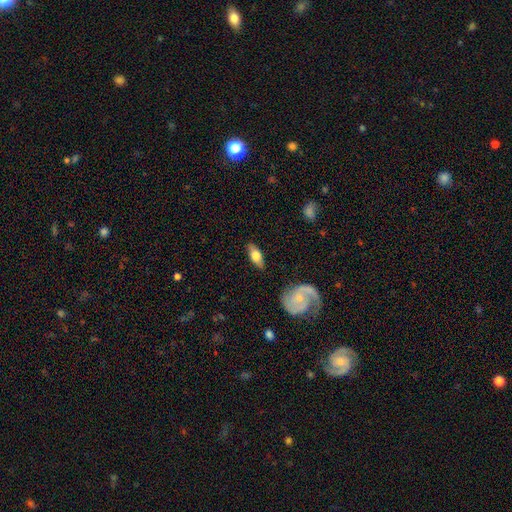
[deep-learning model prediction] Smooth or featured? Predicted: smooth (p=0.55). How rounded? Predicted: in between (p=0.73). Merging? Predicted: none (p=0.84).